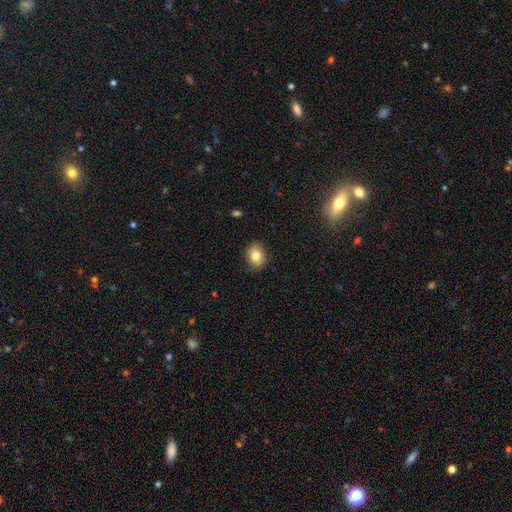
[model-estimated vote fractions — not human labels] smooth-or-featured: smooth: 81% | featured or disk: 10% | star or artifact: 9%
  how-rounded: in between: 57% | round: 41% | cigar-shaped: 1%
  merging: none: 86% | minor disturbance: 11% | major disturbance: 2% | merger: 1%